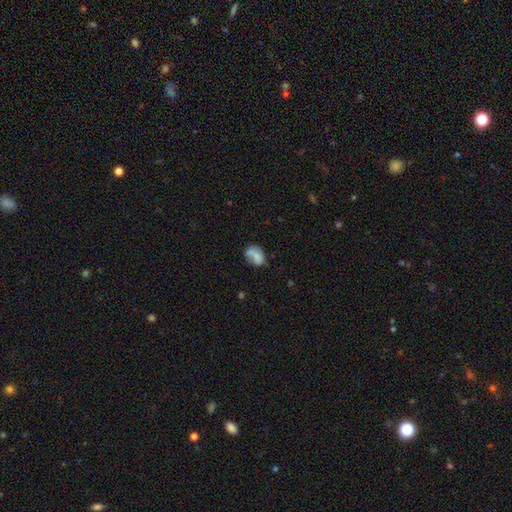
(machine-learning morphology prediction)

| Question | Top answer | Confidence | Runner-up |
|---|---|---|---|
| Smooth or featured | smooth | 64% | featured or disk (26%) |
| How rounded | in between | 74% | round (25%) |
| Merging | none | 38% | minor disturbance (24%) |